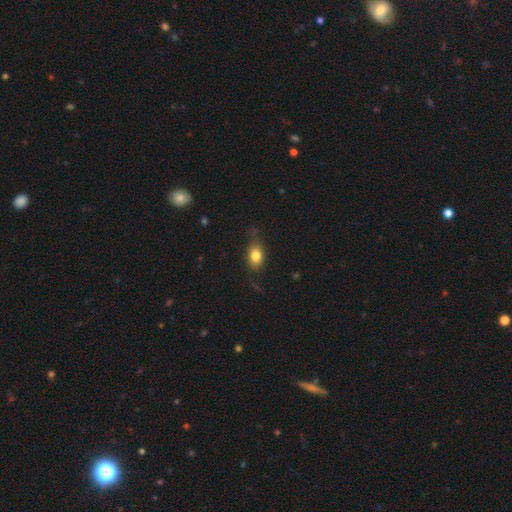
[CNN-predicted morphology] Smooth or featured? smooth (80%)
How rounded? in between (76%)
Merging? none (67%)